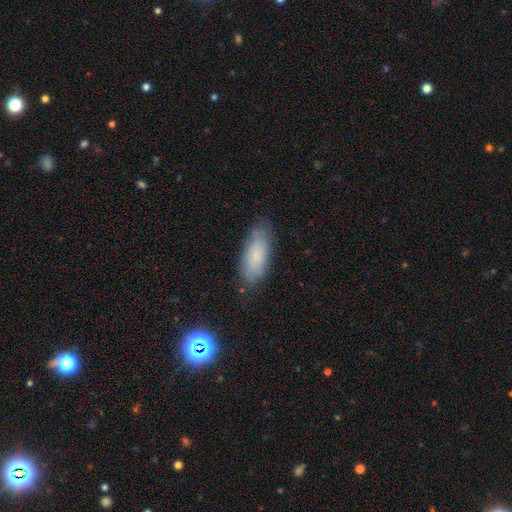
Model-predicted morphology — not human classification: Overall: smooth (74%). How rounded: in between (74%). Merging: none (79%).